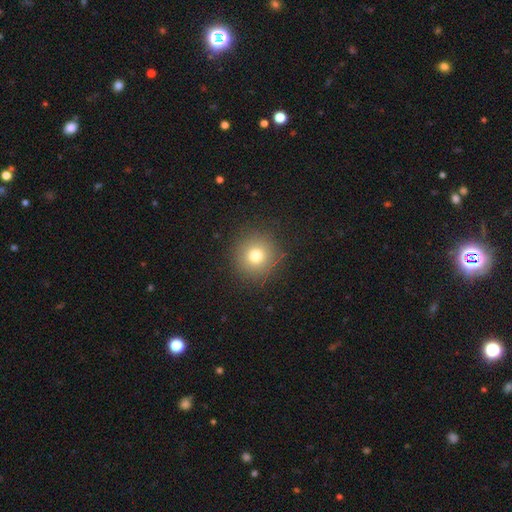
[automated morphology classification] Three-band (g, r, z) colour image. It shows a smooth galaxy with no disk features (76%) that is round (94%). Merging: none (89%).